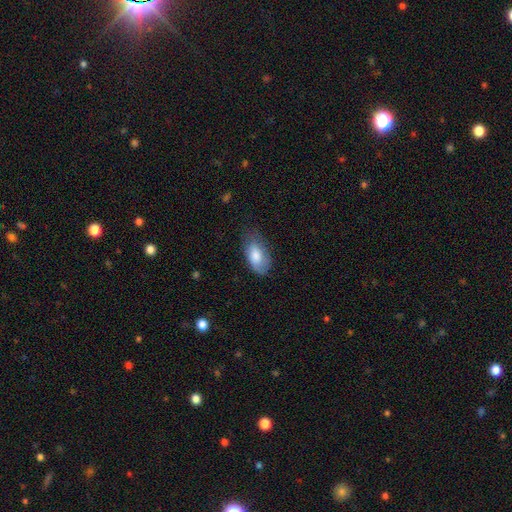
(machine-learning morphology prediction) smooth 79%, featured or disk 15%, star or artifact 6%. Down the decision tree: how rounded — in between (93%); merging — none (55%).